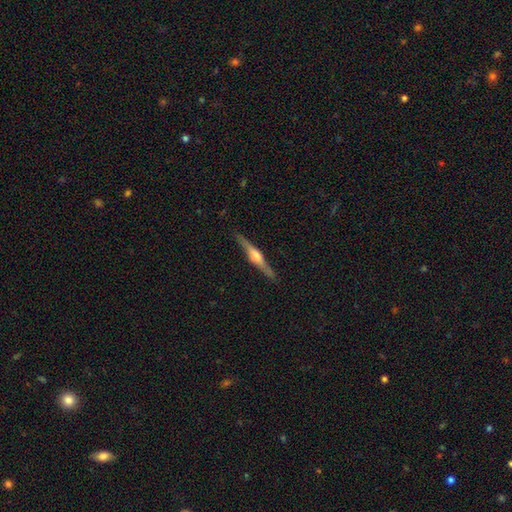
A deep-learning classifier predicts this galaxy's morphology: Overall: featured or disk (78%). Edge-on disk: yes (98%). Edge-on bulge: rounded (82%). Merging: none (89%).